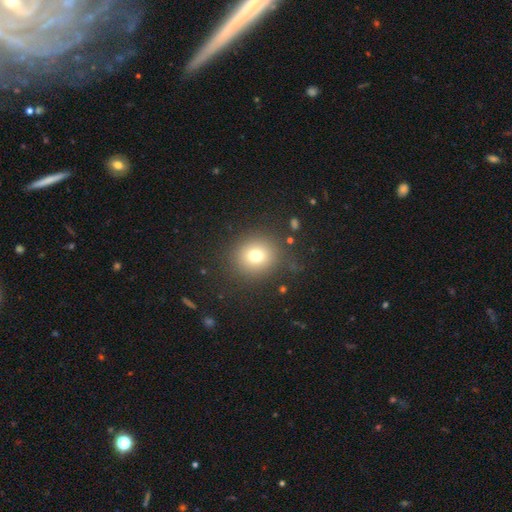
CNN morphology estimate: smooth_or_featured: smooth (p=0.73) [alt: star or artifact p=0.15]
how_rounded: round (p=0.88) [alt: in between p=0.11]
merging: none (p=0.86) [alt: minor disturbance p=0.08]